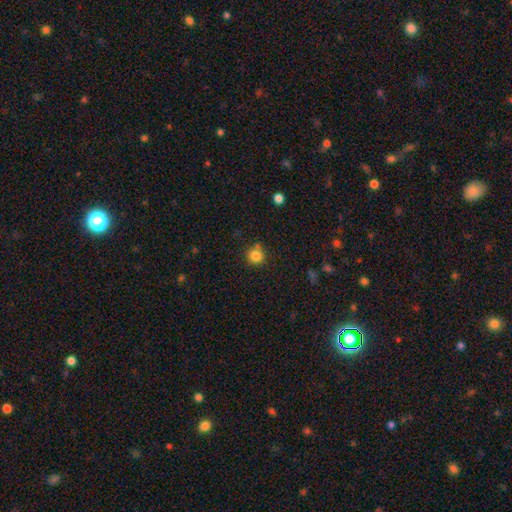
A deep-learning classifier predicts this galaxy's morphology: The model was most divided on "merging": none: 79%, minor disturbance: 9%, merger: 9%, major disturbance: 3%. More confident: how rounded — round (93%); smooth or featured — smooth (83%).